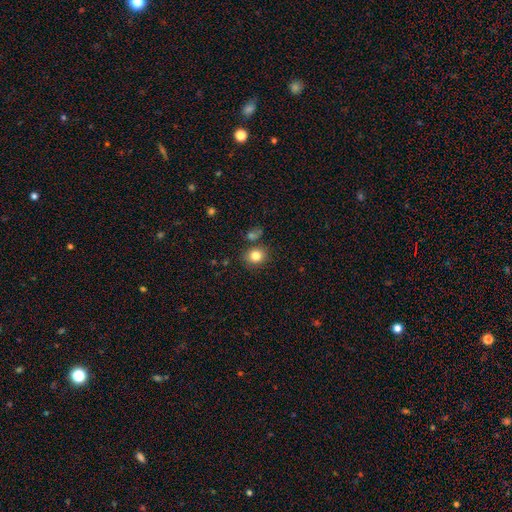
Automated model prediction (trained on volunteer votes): This is clearly a smooth galaxy (82%). How rounded: likely round (72%). Merging: likely none (78%).